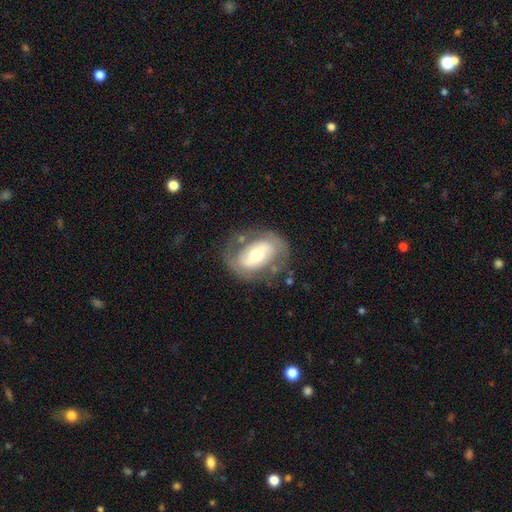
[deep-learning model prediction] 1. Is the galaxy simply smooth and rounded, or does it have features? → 65% featured or disk, 29% smooth, 6% star or artifact.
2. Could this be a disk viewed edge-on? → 94% no, 6% yes.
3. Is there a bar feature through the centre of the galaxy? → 35% no, 33% strong, 32% weak.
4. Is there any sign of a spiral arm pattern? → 61% yes, 39% no.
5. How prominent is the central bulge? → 62% moderate, 21% small, 14% large, 2% dominant, 1% none.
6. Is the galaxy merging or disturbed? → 67% none, 18% minor disturbance, 12% major disturbance, 3% merger.